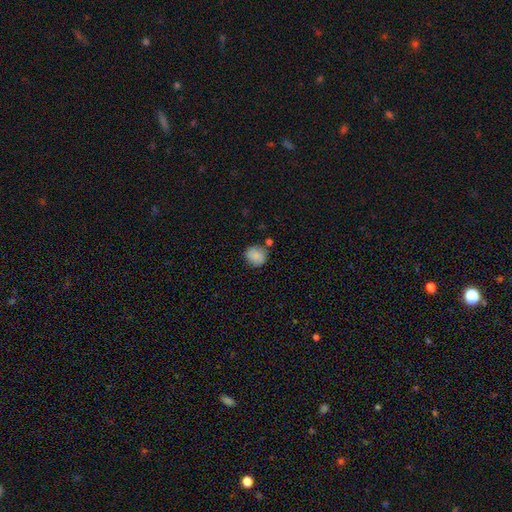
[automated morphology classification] smooth_or_featured: smooth (p=0.81) [alt: featured or disk p=0.11]
how_rounded: round (p=0.84) [alt: in between p=0.15]
merging: none (p=0.71) [alt: minor disturbance p=0.16]